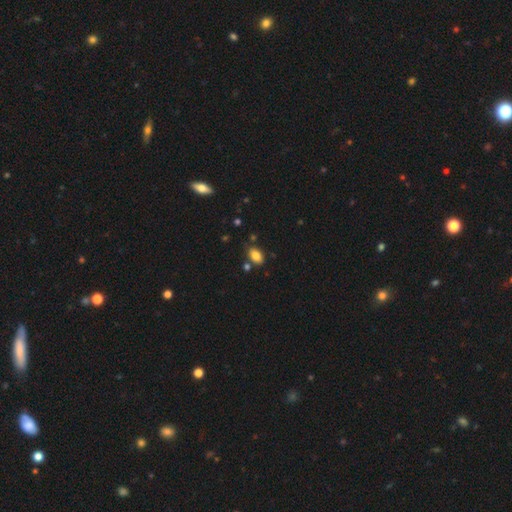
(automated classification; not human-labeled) Smooth or featured: smooth — 84% (star or artifact — 9%)
How rounded: in between — 91% (round — 7%)
Merging: none — 78% (minor disturbance — 12%)